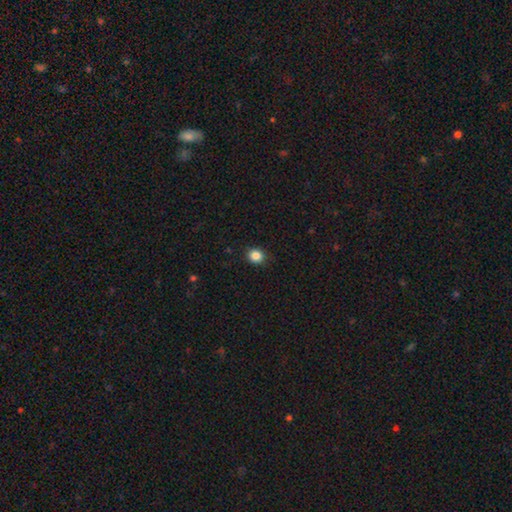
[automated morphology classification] This is clearly a smooth galaxy (85%). How rounded: likely round (79%). Merging: clearly none (89%).